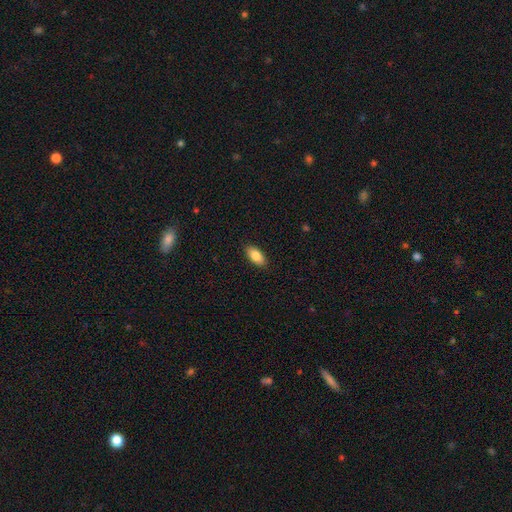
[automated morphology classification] Smooth or featured?
  - smooth: 82% *
  - featured or disk: 11%
  - star or artifact: 7%
How rounded?
  - in between: 90% *
  - cigar-shaped: 7%
  - round: 3%
Merging?
  - none: 89% *
  - minor disturbance: 8%
  - major disturbance: 2%
  - merger: 1%